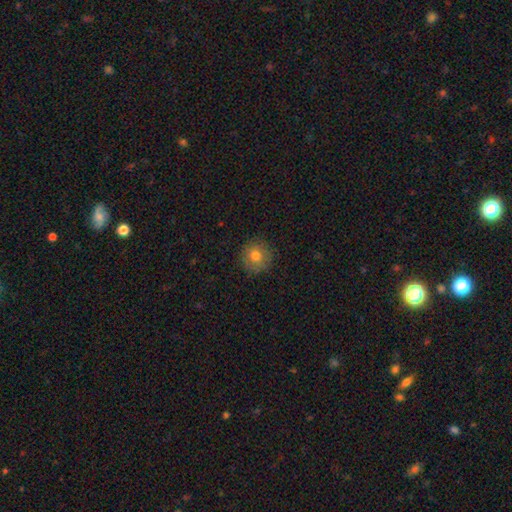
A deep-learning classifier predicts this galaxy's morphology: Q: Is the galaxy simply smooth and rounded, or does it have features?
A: smooth — 77%.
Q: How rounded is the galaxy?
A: round — 93%.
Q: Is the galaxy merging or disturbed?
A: none — 87%.